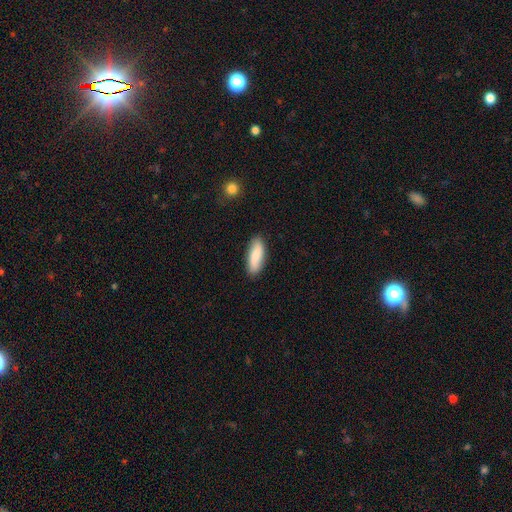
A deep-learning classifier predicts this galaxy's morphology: smooth 85%, featured or disk 10%, star or artifact 6%. Down the decision tree: how rounded — in between (59%); merging — none (87%).